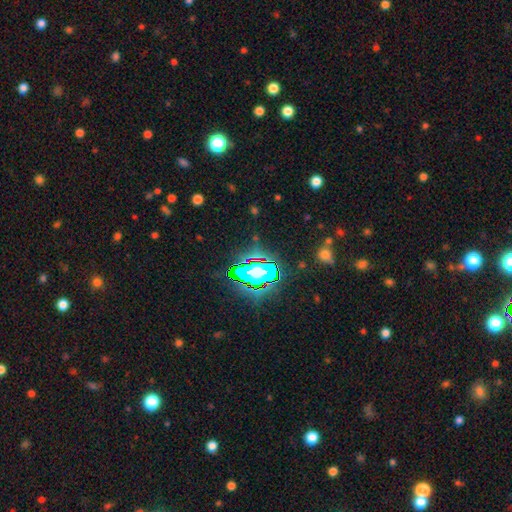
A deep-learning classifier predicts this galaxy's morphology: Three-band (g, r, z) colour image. It shows a star or artifact, not a galaxy (80%).